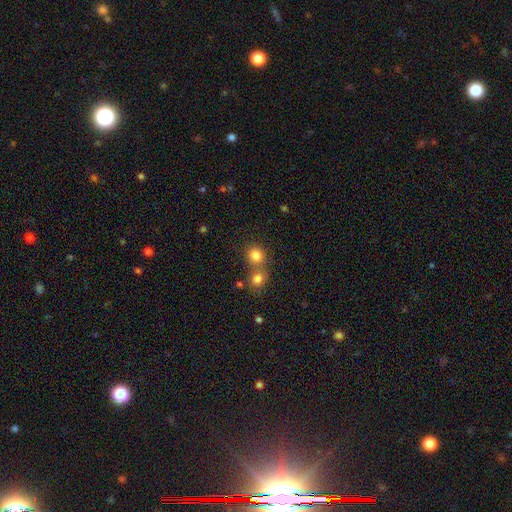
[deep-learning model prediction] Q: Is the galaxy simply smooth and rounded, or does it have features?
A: smooth — 82%.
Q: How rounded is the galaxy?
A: round — 84%.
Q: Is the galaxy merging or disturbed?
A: none — 52%.